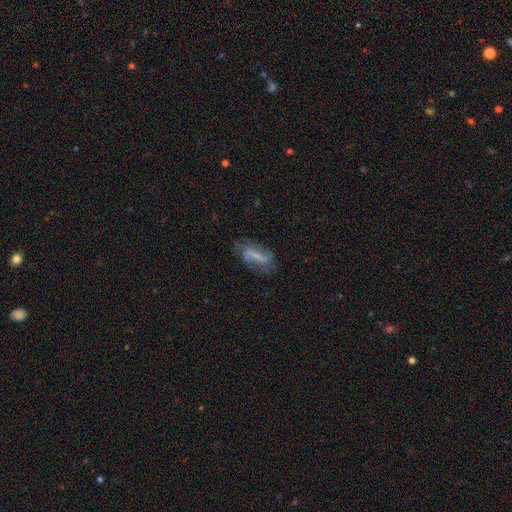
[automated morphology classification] This is likely a featured or disk galaxy (63%). It is clearly not viewed edge-on (92%). Bar: marginally strong (42%). Spiral arm pattern: likely yes (79%). Central bulge: marginally small (41%). Merging: likely none (64%).